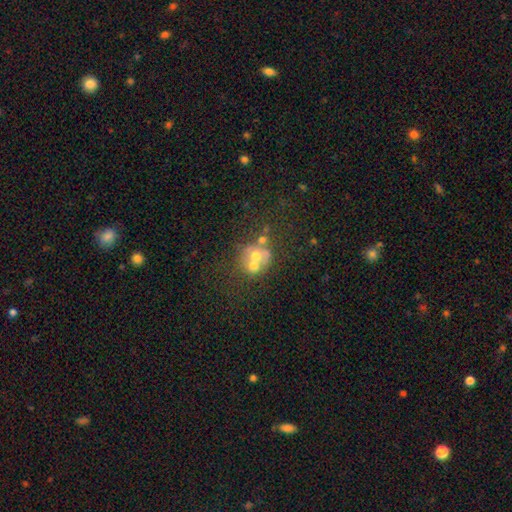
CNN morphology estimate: The model was most divided on "smooth or featured": smooth: 44%, featured or disk: 39%, star or artifact: 17%. Remaining: merging — merger (49%).